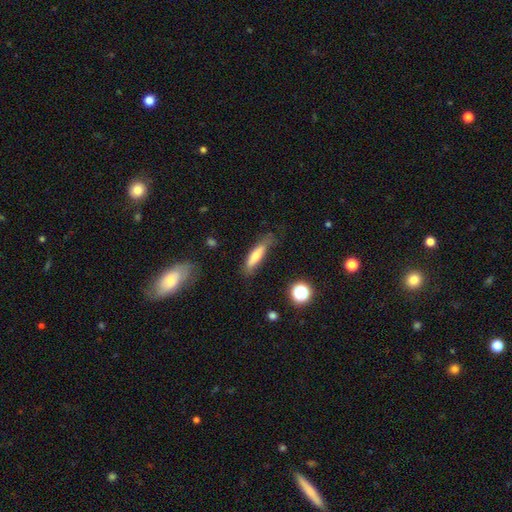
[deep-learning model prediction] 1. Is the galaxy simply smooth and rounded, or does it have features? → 68% smooth, 24% featured or disk, 8% star or artifact.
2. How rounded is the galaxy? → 69% cigar-shaped, 29% in between, 2% round.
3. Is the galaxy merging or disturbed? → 67% none, 23% minor disturbance, 8% major disturbance, 2% merger.